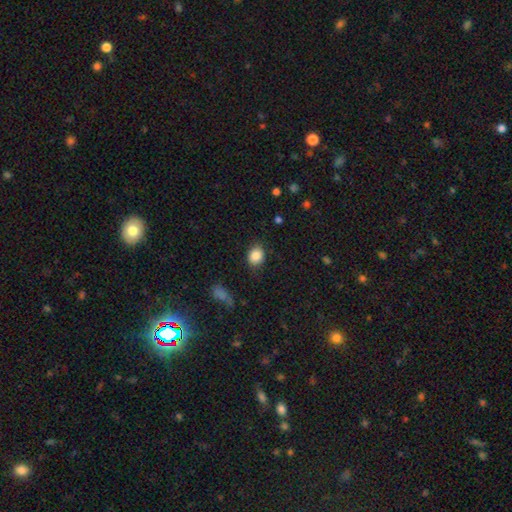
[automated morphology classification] This is clearly a smooth galaxy (86%). How rounded: possibly round (50%). Merging: likely none (78%).